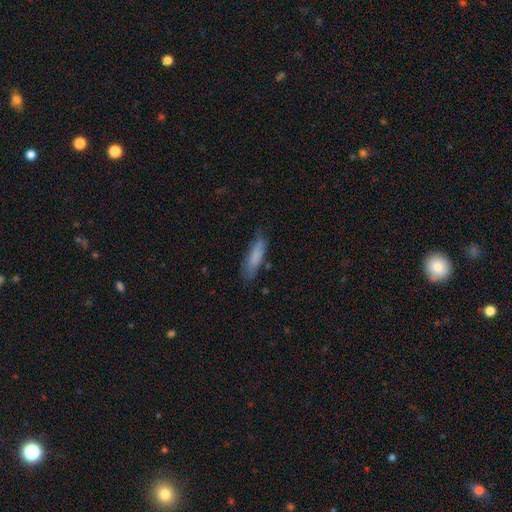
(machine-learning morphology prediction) Smooth or featured: smooth — 75% (featured or disk — 18%)
How rounded: cigar-shaped — 68% (in between — 30%)
Merging: none — 66% (minor disturbance — 24%)